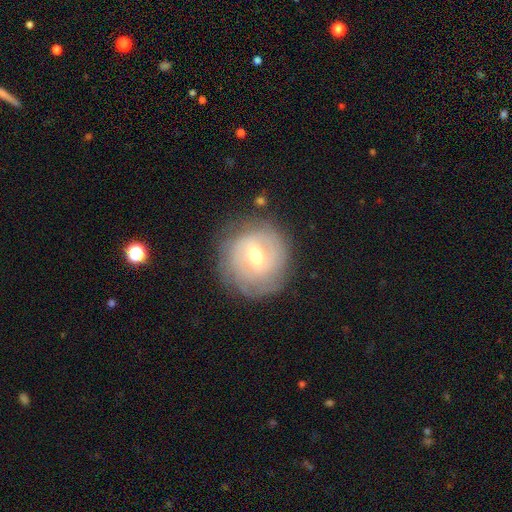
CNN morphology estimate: Smooth or featured?
  - featured or disk: 70% *
  - smooth: 23%
  - star or artifact: 7%
Edge-on disk?
  - no: 97% *
  - yes: 3%
Bar?
  - weak: 57% *
  - no: 25%
  - strong: 17%
Spiral arms?
  - yes: 82% *
  - no: 18%
Spiral winding?
  - tight: 70% *
  - medium: 22%
  - loose: 8%
Spiral arm count?
  - can't tell: 47% *
  - 2: 28%
  - 3: 12%
  - 4: 6%
  - 1: 5%
  - more than 4: 4%
Bulge size?
  - moderate: 60% *
  - small: 35%
  - large: 3%
  - none: 1%
  - dominant: 1%
Merging?
  - none: 80% *
  - minor disturbance: 14%
  - major disturbance: 5%
  - merger: 1%